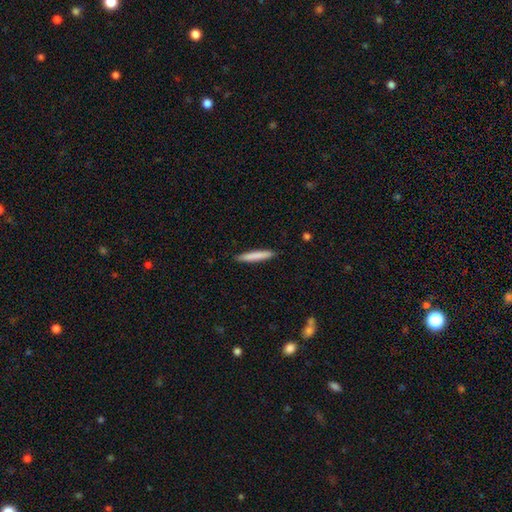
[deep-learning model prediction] This is clearly a smooth galaxy (81%). How rounded: clearly cigar-shaped (94%). Merging: clearly none (90%).